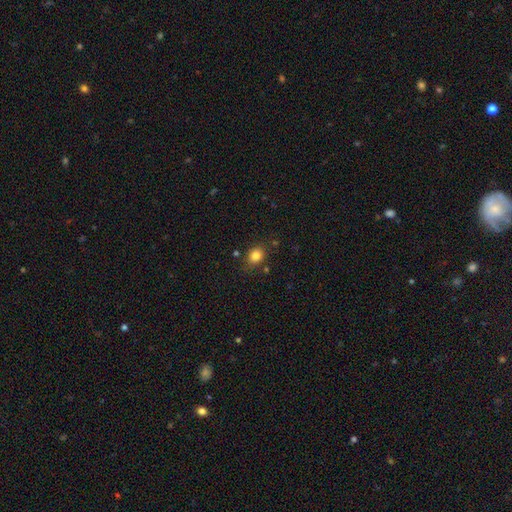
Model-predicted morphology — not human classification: Smooth or featured? Predicted: smooth (p=0.83). How rounded? Predicted: round (p=0.51). Merging? Predicted: none (p=0.81).